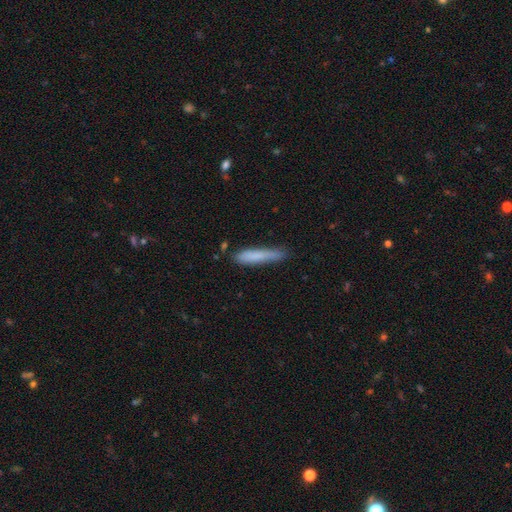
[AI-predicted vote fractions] Smooth or featured: smooth — 79% (featured or disk — 15%)
How rounded: cigar-shaped — 92% (in between — 7%)
Merging: none — 73% (minor disturbance — 20%)